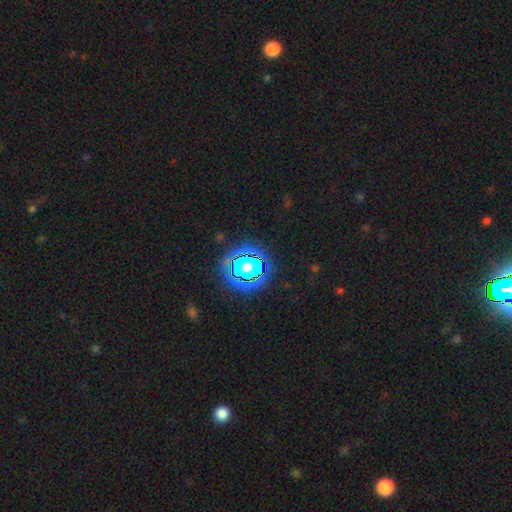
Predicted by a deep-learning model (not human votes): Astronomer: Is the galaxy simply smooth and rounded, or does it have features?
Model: star or artifact — 77%.